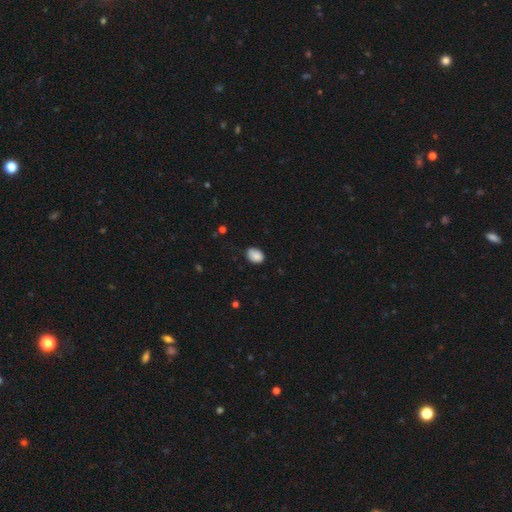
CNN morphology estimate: smooth_or_featured: smooth (p=0.87) [alt: star or artifact p=0.08]
how_rounded: in between (p=0.72) [alt: round p=0.27]
merging: none (p=0.70) [alt: minor disturbance p=0.25]